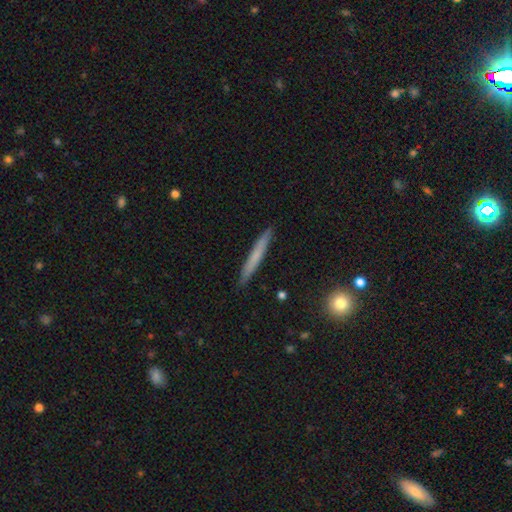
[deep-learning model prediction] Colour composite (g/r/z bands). It shows a smooth galaxy with no disk features (59%) that is cigar-shaped (96%). Merging: none (91%).